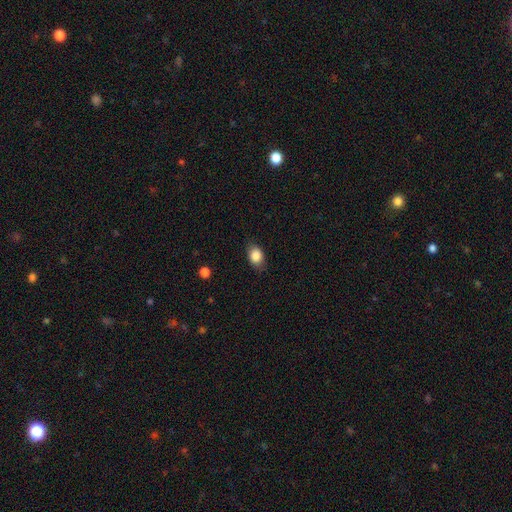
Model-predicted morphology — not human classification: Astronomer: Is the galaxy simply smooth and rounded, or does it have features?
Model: smooth — 85%.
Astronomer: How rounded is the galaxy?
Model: in between — 71%.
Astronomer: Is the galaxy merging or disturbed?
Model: none — 81%.